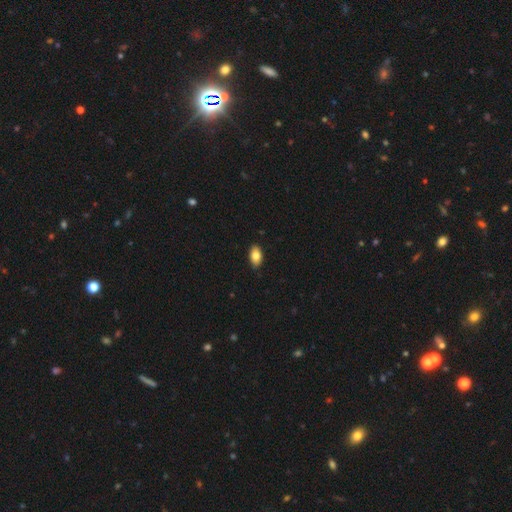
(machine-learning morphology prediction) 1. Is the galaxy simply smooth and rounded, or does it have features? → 83% smooth, 10% featured or disk, 7% star or artifact.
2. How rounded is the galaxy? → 92% in between, 5% round, 2% cigar-shaped.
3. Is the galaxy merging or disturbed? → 87% none, 11% minor disturbance, 2% major disturbance, 1% merger.